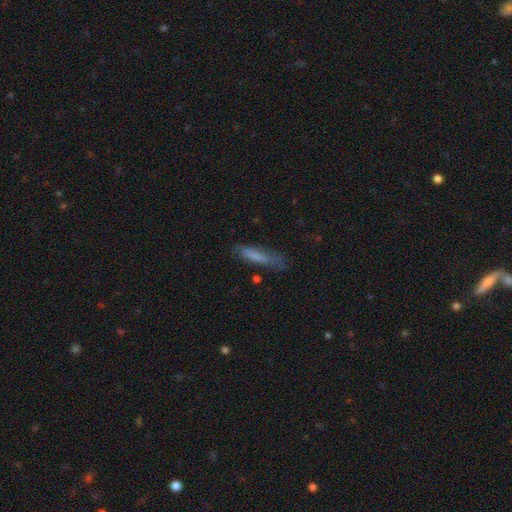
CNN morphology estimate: This appears to be a smooth galaxy with no disk features (71%) that is cigar-shaped (84%). Merging: none (69%).